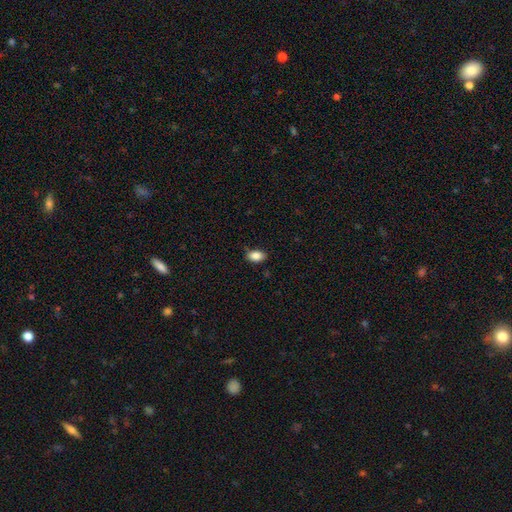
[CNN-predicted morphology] Smooth or featured? Predicted: smooth (p=0.86). How rounded? Predicted: in between (p=0.89). Merging? Predicted: none (p=0.83).